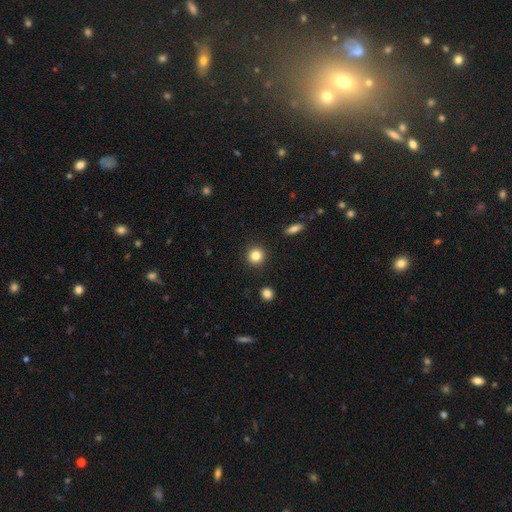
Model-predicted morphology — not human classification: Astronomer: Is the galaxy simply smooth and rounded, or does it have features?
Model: smooth — 85%.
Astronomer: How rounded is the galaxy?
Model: round — 93%.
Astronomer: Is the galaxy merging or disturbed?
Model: none — 92%.